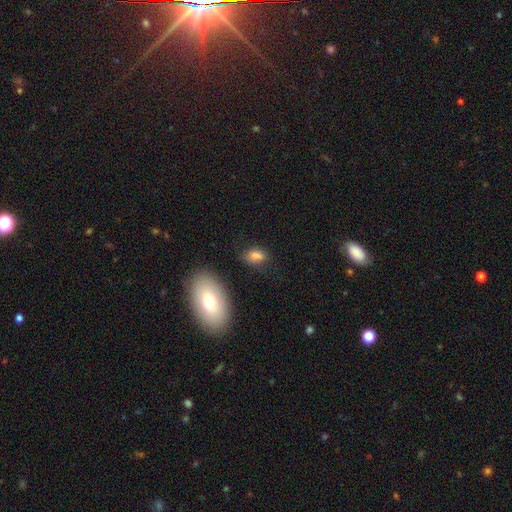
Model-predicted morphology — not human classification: type=smooth (79%); roundness=in between (83%); merging=none (65%).